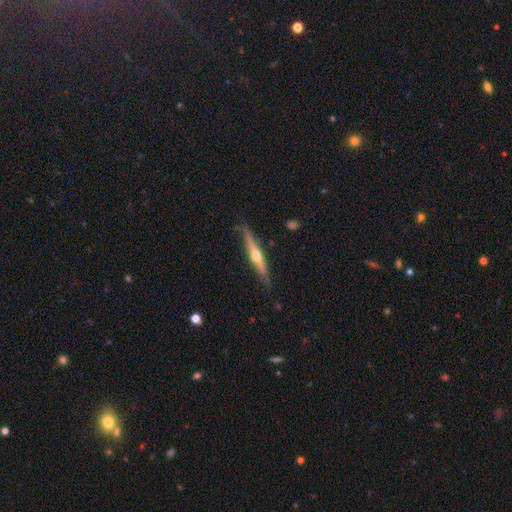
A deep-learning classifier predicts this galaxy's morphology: Smooth or featured?
  - featured or disk: 70% *
  - smooth: 24%
  - star or artifact: 6%
Edge-on disk?
  - yes: 96% *
  - no: 4%
Edge-on bulge?
  - rounded: 91% *
  - none: 7%
  - boxy: 2%
Merging?
  - none: 85% *
  - minor disturbance: 12%
  - major disturbance: 2%
  - merger: 2%